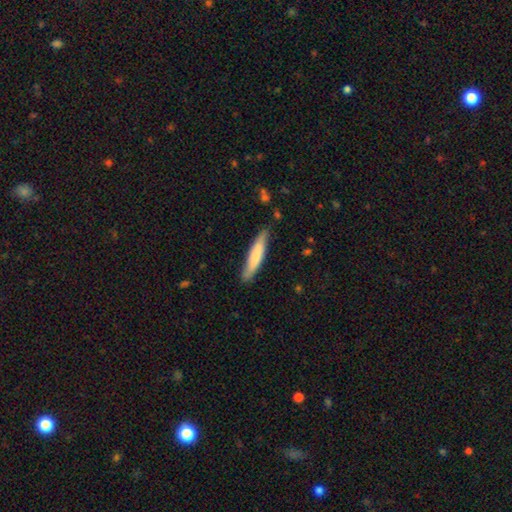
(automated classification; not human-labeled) Q: Smooth or featured?
A: smooth (70%); runner-up: featured or disk (25%)
Q: How rounded?
A: cigar-shaped (87%); runner-up: in between (11%)
Q: Merging?
A: none (84%); runner-up: minor disturbance (13%)